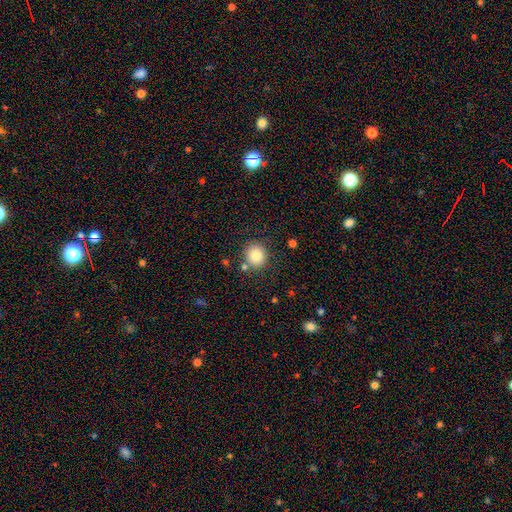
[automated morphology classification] A smooth galaxy with no disk features (84%) that is round (85%).

Vote fractions:
- Smooth or featured? smooth: 84% / star or artifact: 10% / featured or disk: 6%
- How rounded? round: 85% / in between: 14% / cigar-shaped: 1%
- Merging? none: 82% / minor disturbance: 9% / merger: 6% / major disturbance: 3%